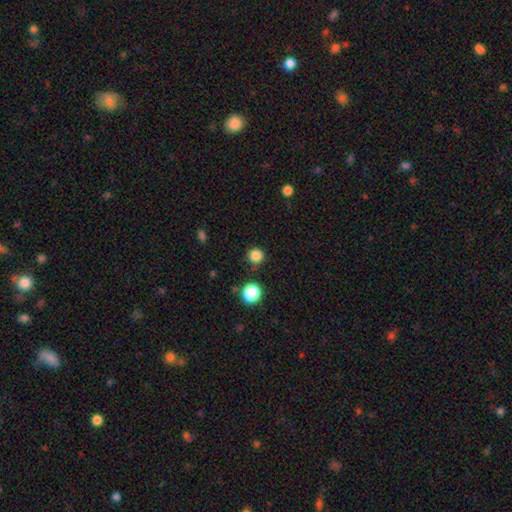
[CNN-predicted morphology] Smooth or featured: smooth — 83% (star or artifact — 13%)
How rounded: round — 95% (in between — 4%)
Merging: none — 88% (minor disturbance — 7%)